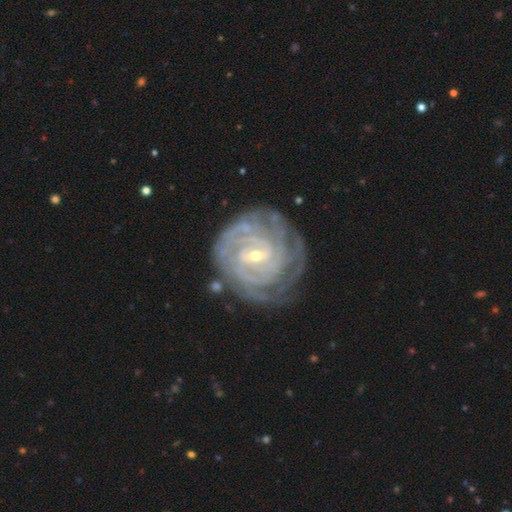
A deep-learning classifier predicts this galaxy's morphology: featured or disk 90%, smooth 5%, star or artifact 5%. Down the decision tree: edge-on disk — no (97%); bar — weak (53%); spiral arms — yes (97%); spiral arm count — can't tell (30%); spiral winding — tight (83%); bulge size — small (65%); merging — none (74%).